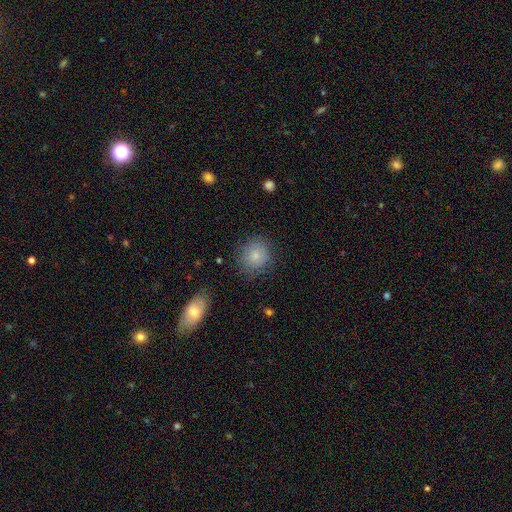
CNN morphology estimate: A smooth galaxy with no disk features (81%) that is round (83%). Merging: none (81%).